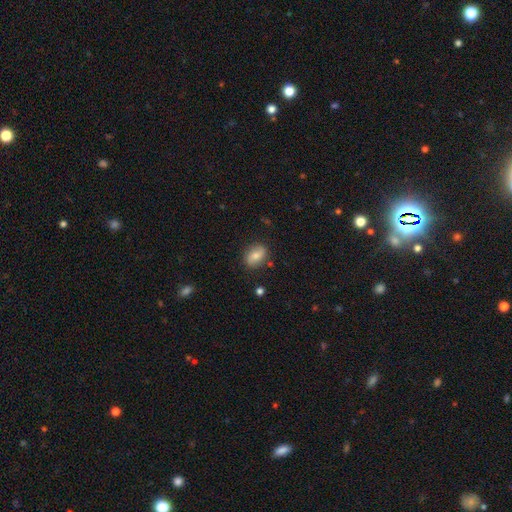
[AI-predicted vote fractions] This is likely a smooth galaxy (70%). How rounded: likely in between (75%). Merging: clearly none (81%).